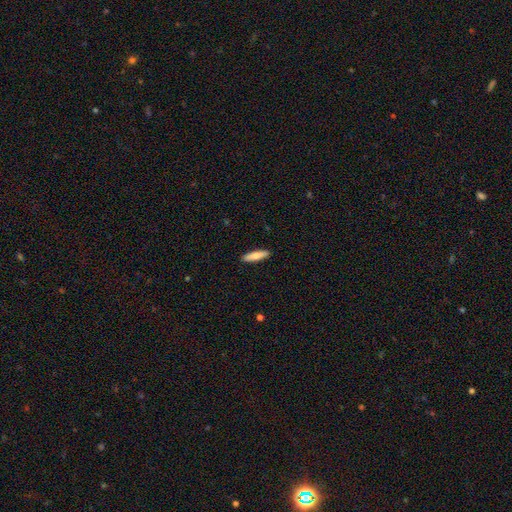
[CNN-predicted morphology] type=smooth (78%); roundness=cigar-shaped (75%); merging=none (91%).